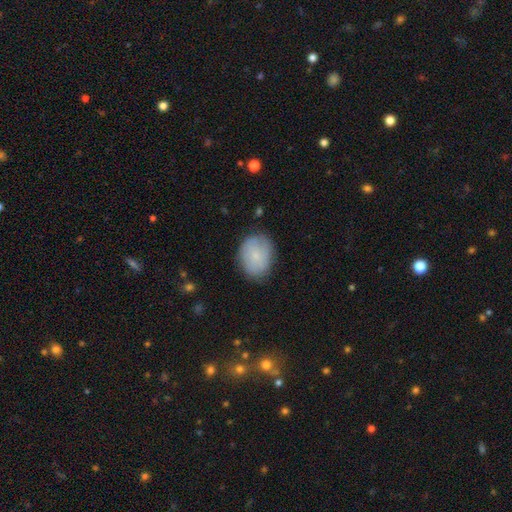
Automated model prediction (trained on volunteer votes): smooth_or_featured: smooth (p=0.72) [alt: featured or disk p=0.21]
how_rounded: in between (p=0.61) [alt: round p=0.38]
merging: none (p=0.76) [alt: minor disturbance p=0.19]